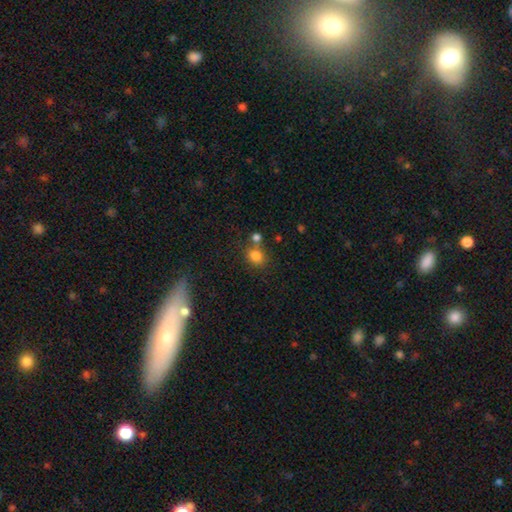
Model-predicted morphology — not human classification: Smooth or featured: smooth — 82% (star or artifact — 12%)
How rounded: round — 65% (in between — 34%)
Merging: none — 60% (merger — 23%)